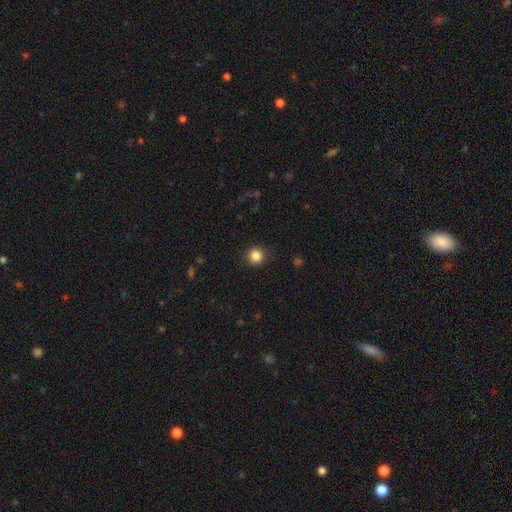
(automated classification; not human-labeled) A smooth galaxy with no disk features (85%) that is round (89%). Merging: none (89%).